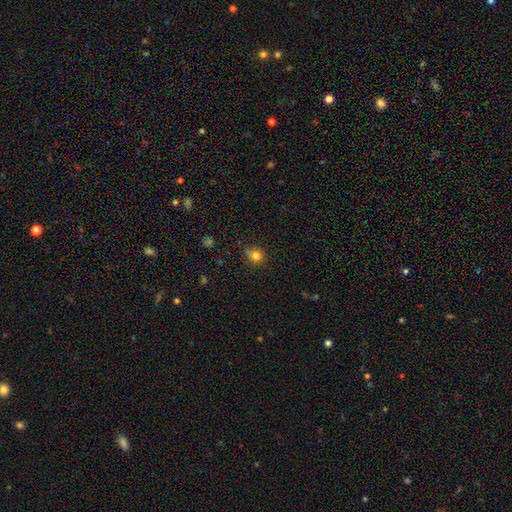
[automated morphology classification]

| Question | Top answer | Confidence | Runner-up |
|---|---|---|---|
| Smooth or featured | smooth | 80% | star or artifact (13%) |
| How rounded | round | 78% | in between (21%) |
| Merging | none | 66% | minor disturbance (26%) |